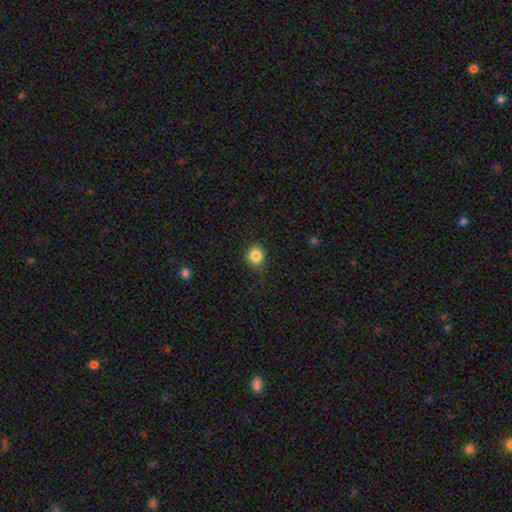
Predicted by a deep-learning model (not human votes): smooth 84%, star or artifact 10%, featured or disk 5%. Down the decision tree: how rounded — round (84%); merging — none (75%).